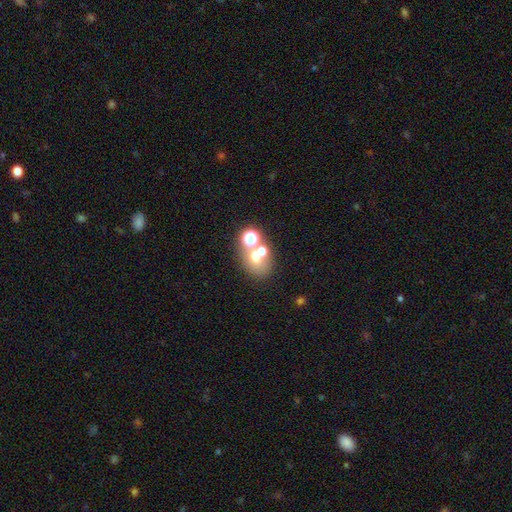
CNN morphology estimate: Overall: smooth (55%; featured or disk 23%). How rounded: round (62%; in between 37%). Merging: none (43%; merger 42%).